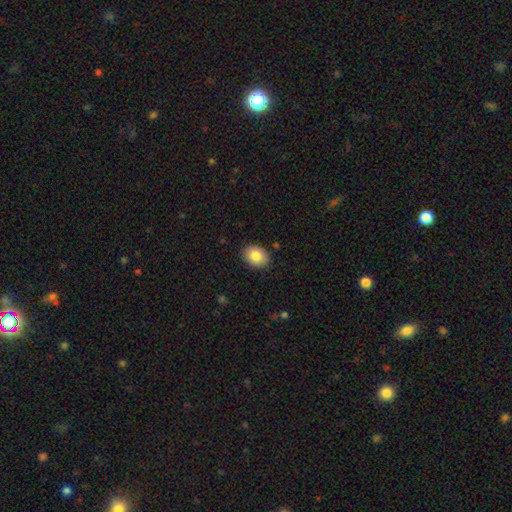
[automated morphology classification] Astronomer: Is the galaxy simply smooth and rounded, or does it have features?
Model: smooth — 84%.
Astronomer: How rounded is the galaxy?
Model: in between — 60% (runner-up: round, 39%).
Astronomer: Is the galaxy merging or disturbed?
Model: none — 88%.